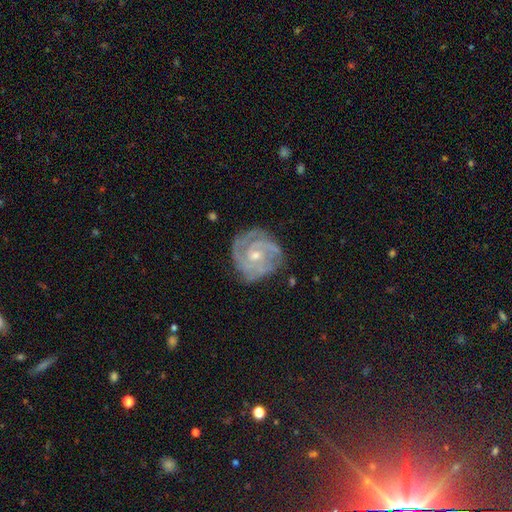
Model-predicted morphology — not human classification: A featured or disk galaxy (88%) with no bar (70%), 3 (39%) tight (70%) spiral arms (97%) and a small central bulge (58%).

Vote fractions:
- Smooth or featured? featured or disk: 88% / smooth: 7% / star or artifact: 5%
- Edge-on disk? no: 98% / yes: 2%
- Bar? no: 70% / weak: 25% / strong: 5%
- Spiral arms? yes: 97% / no: 3%
- Spiral winding? tight: 70% / medium: 26% / loose: 4%
- Spiral arm count? 3: 39% / 2: 21% / can't tell: 18% / 4: 12% / 1: 5% / more than 4: 5%
- Bulge size? small: 58% / moderate: 38% / none: 1% / large: 1% / dominant: 1%
- Merging? none: 73% / minor disturbance: 20% / major disturbance: 6% / merger: 1%